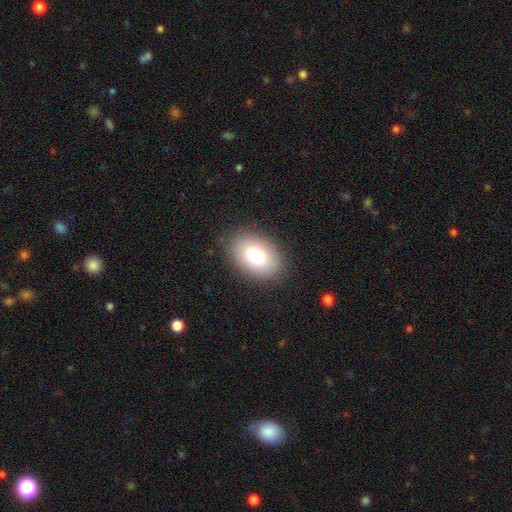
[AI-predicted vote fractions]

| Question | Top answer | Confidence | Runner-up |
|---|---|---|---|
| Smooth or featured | smooth | 82% | featured or disk (10%) |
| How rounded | in between | 83% | round (16%) |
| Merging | none | 87% | minor disturbance (9%) |